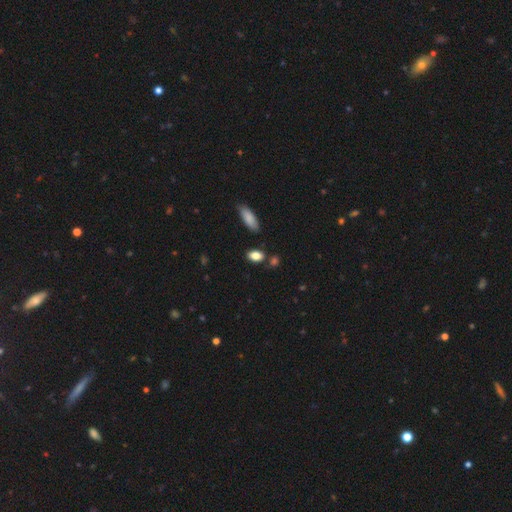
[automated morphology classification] type=smooth (85%); roundness=in between (83%); merging=none (75%).